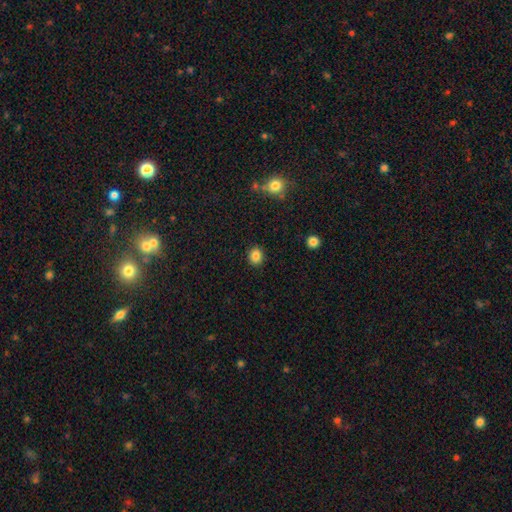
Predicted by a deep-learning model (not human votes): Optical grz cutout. It shows a smooth galaxy with no disk features (85%) that is round (74%). Merging: none (91%).